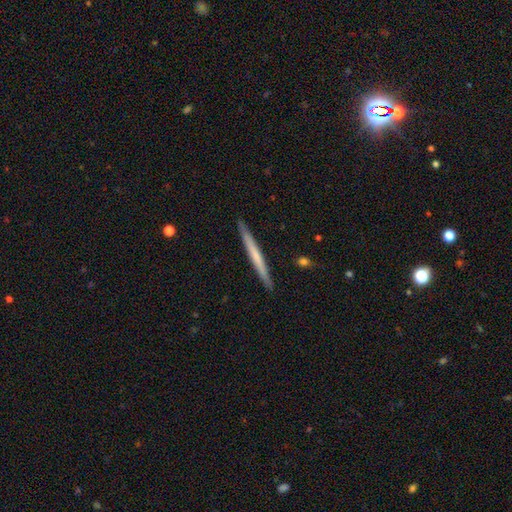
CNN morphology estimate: Smooth or featured? smooth (50%)
How rounded? cigar-shaped (97%)
Merging? none (92%)